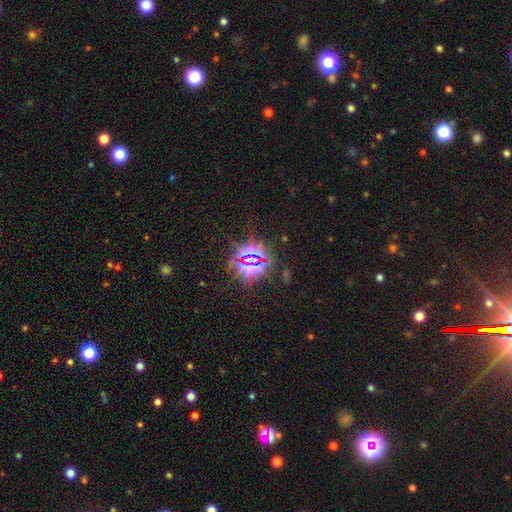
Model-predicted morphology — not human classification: smooth-or-featured: star or artifact: 77% | smooth: 15% | featured or disk: 7%